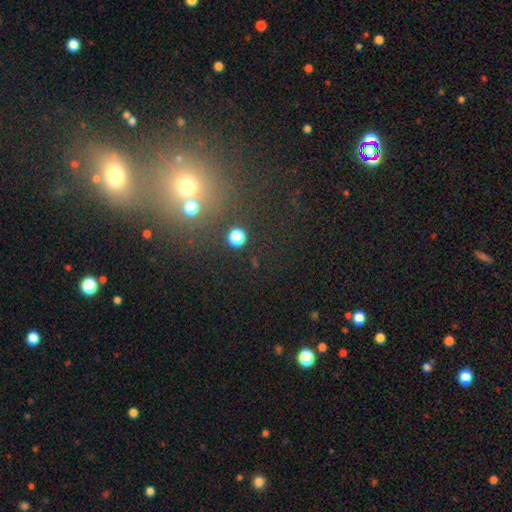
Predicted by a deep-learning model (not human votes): Q: Smooth or featured?
A: star or artifact (52%); runner-up: smooth (35%)